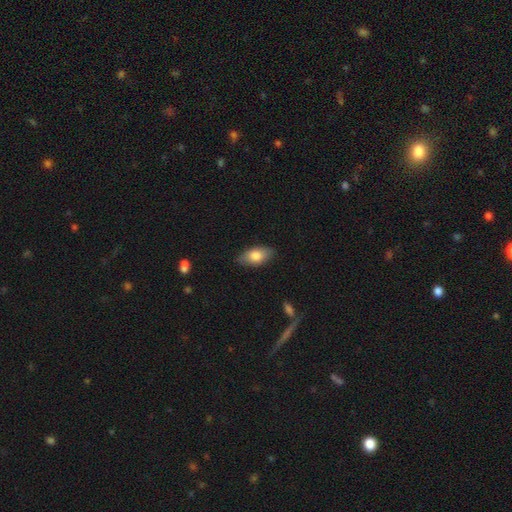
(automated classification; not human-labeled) Smooth or featured? Predicted: smooth (p=0.78). How rounded? Predicted: in between (p=0.91). Merging? Predicted: none (p=0.84).